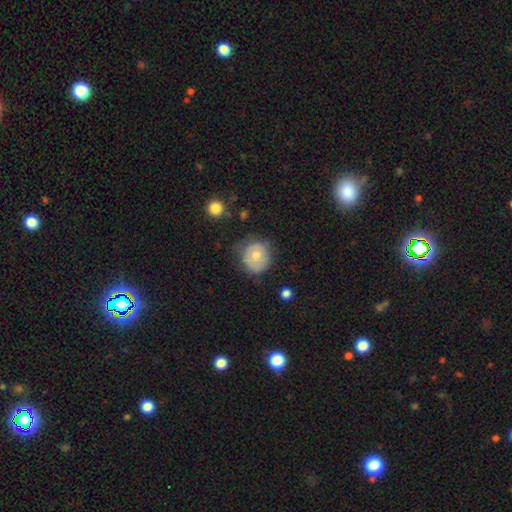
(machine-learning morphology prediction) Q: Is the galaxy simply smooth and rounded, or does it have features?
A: smooth — 68%.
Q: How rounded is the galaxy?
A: round — 85%.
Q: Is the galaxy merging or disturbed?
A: none — 62%.